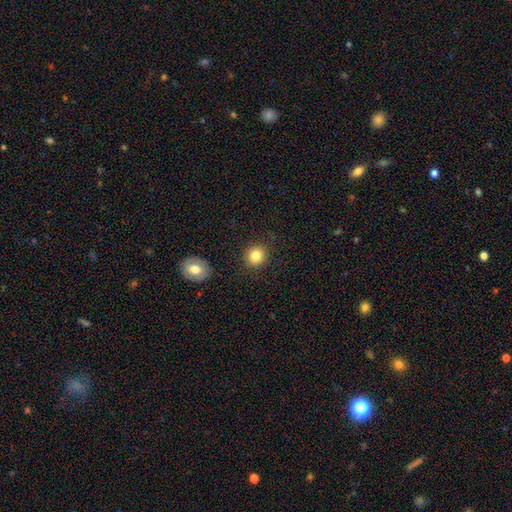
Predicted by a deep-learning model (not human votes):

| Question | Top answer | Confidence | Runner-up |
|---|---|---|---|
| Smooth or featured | smooth | 82% | star or artifact (11%) |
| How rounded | round | 86% | in between (13%) |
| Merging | none | 87% | minor disturbance (8%) |